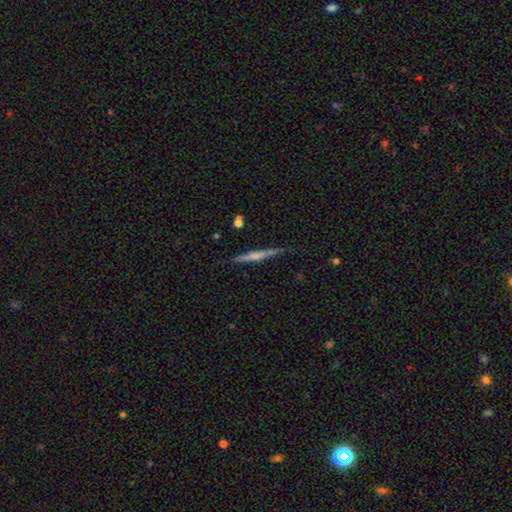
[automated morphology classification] A featured or disk galaxy (49%). Merging: none (82%).